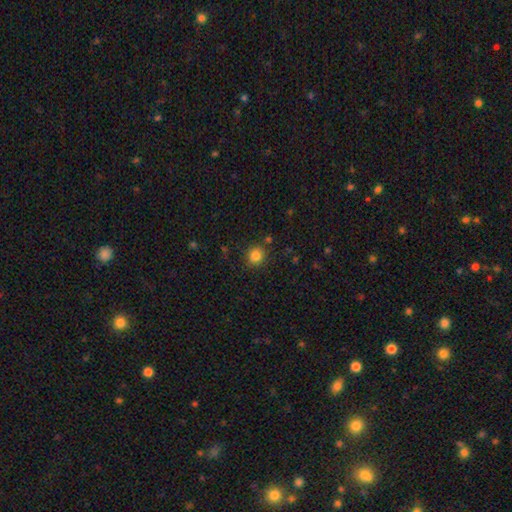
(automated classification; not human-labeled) This is clearly a smooth galaxy (83%). How rounded: clearly round (88%). Merging: clearly none (86%).